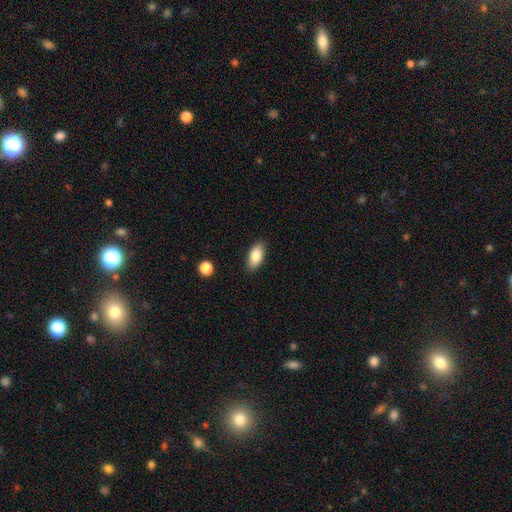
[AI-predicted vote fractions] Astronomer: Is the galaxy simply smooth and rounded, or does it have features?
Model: smooth — 85%.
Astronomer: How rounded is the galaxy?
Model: in between — 91%.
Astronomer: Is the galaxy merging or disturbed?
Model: none — 87%.